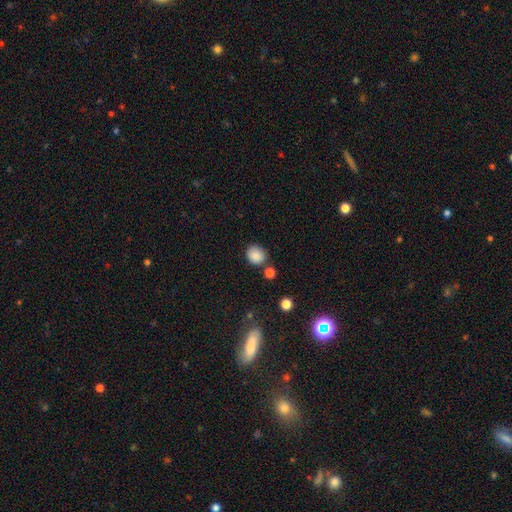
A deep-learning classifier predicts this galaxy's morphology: The model was most divided on "how rounded": round: 65%, in between: 34%, cigar-shaped: 1%. More confident: smooth or featured — smooth (86%); merging — none (75%).